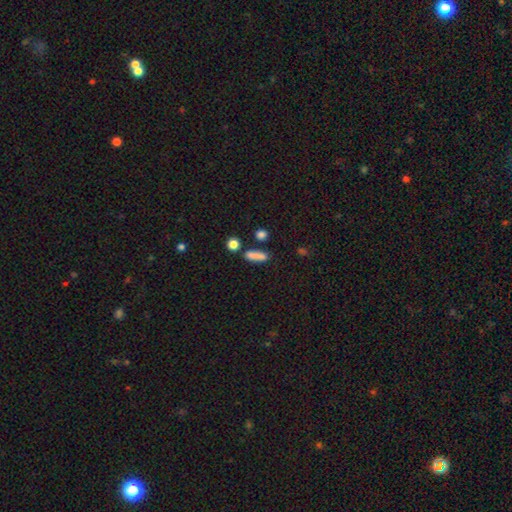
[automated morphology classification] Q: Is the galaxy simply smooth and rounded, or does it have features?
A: smooth — 81%.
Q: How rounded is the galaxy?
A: cigar-shaped — 53%.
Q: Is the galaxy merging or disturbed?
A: none — 72%.